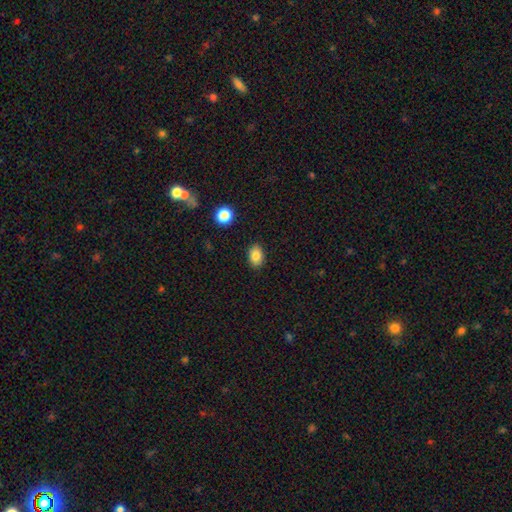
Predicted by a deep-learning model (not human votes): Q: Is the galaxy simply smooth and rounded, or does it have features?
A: smooth — 83%.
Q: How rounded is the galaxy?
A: in between — 79%.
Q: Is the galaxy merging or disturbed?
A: none — 87%.